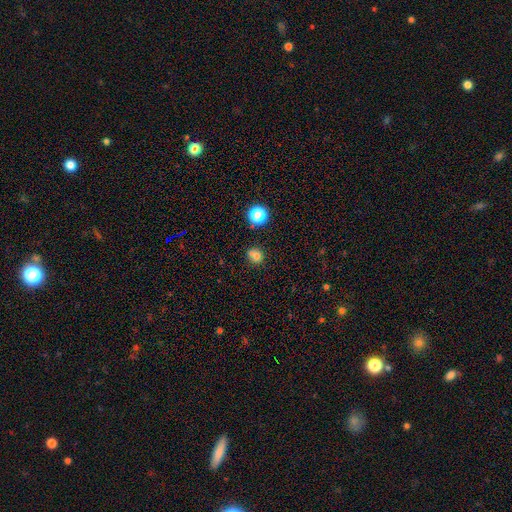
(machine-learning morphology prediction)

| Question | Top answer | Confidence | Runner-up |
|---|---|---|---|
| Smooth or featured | smooth | 73% | star or artifact (18%) |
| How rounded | round | 72% | in between (26%) |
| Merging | none | 56% | merger (20%) |